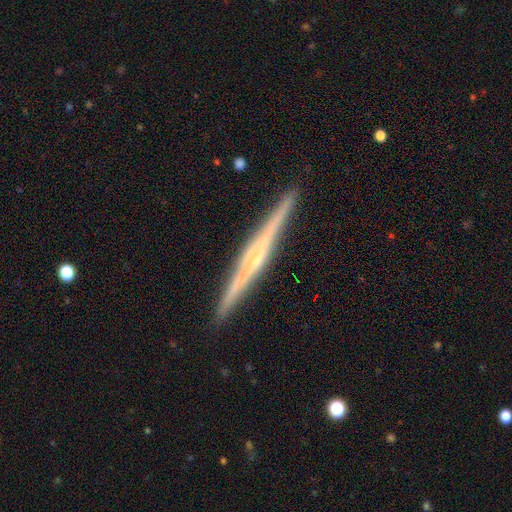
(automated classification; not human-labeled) Smooth or featured?
  - featured or disk: 80% *
  - smooth: 14%
  - star or artifact: 5%
Edge-on disk?
  - yes: 98% *
  - no: 2%
Edge-on bulge?
  - rounded: 45% *
  - none: 28%
  - boxy: 26%
Merging?
  - none: 91% *
  - minor disturbance: 6%
  - major disturbance: 1%
  - merger: 1%